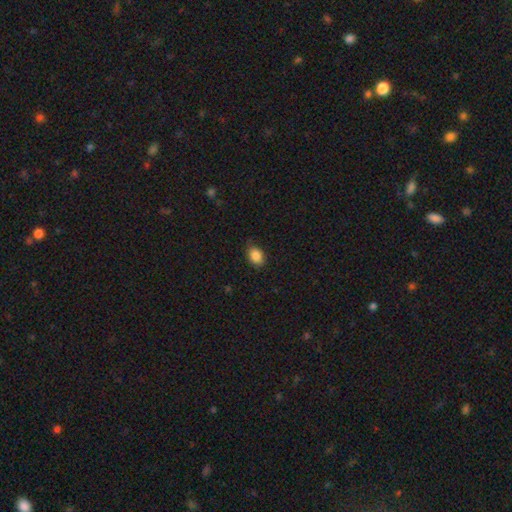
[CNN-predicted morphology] smooth 87%, star or artifact 9%, featured or disk 4%. Down the decision tree: how rounded — in between (78%); merging — none (80%).